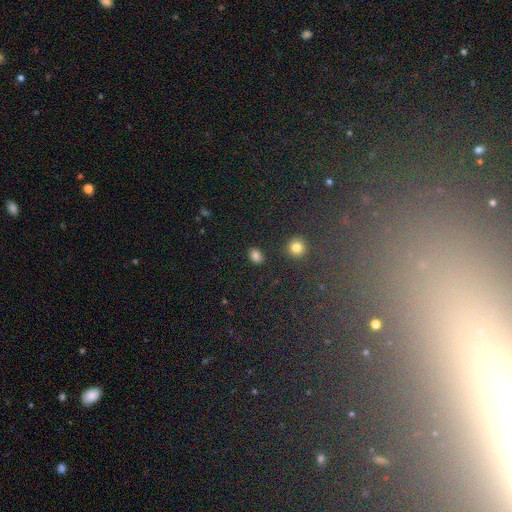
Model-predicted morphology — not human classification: The model was most divided on "how rounded": in between: 70%, round: 29%, cigar-shaped: 1%. More confident: merging — none (86%); smooth or featured — smooth (83%).